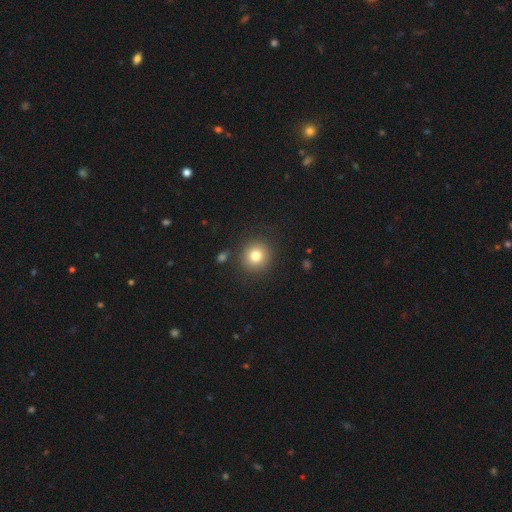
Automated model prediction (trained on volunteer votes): Overall: smooth (79%). How rounded: round (90%). Merging: none (86%).